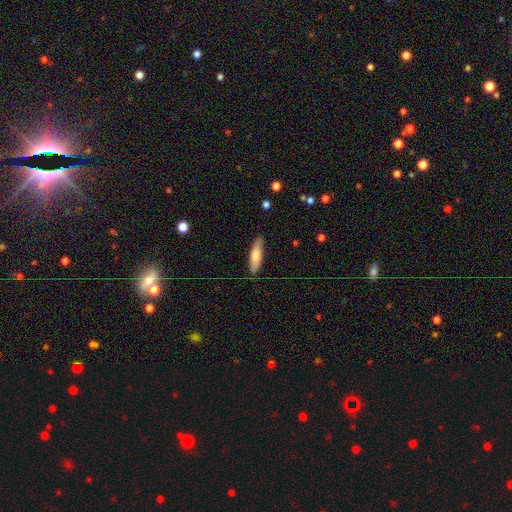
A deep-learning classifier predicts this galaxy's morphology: smooth 74%, featured or disk 21%, star or artifact 5%. Down the decision tree: how rounded — cigar-shaped (65%); merging — none (84%).